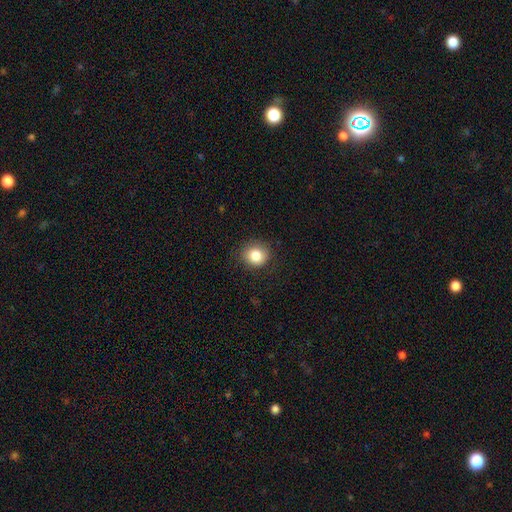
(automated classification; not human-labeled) A smooth galaxy with no disk features (84%) that is round (84%).

Vote fractions:
- Smooth or featured? smooth: 84% / star or artifact: 10% / featured or disk: 6%
- How rounded? round: 84% / in between: 15% / cigar-shaped: 1%
- Merging? none: 83% / minor disturbance: 12% / major disturbance: 4% / merger: 1%